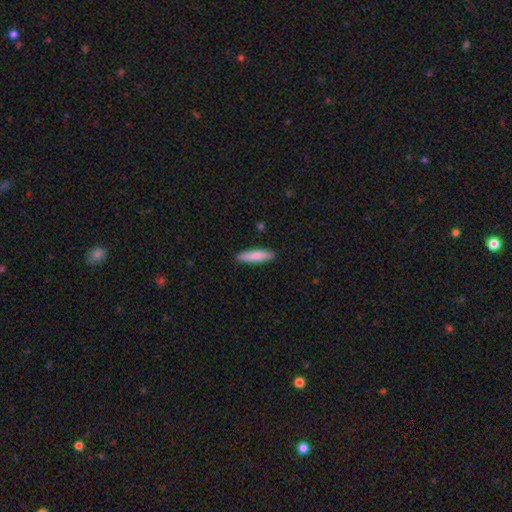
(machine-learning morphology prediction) smooth-or-featured: smooth: 80% | featured or disk: 14% | star or artifact: 5%
  how-rounded: cigar-shaped: 77% | in between: 21% | round: 1%
  merging: none: 90% | minor disturbance: 8% | major disturbance: 2% | merger: 1%